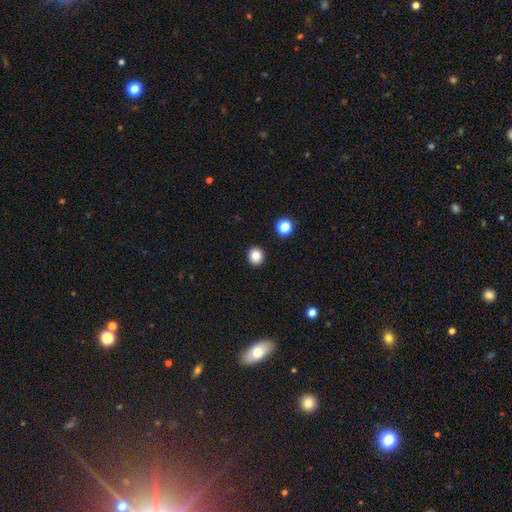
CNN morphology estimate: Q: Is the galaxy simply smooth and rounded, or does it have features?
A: smooth — 83%.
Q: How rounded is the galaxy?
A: round — 92%.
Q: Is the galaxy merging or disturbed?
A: none — 93%.